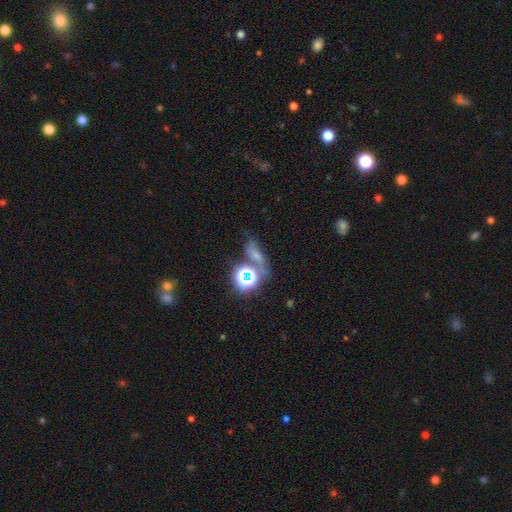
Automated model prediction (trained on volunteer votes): Morphology: type=smooth (40%); merging=none (44%).